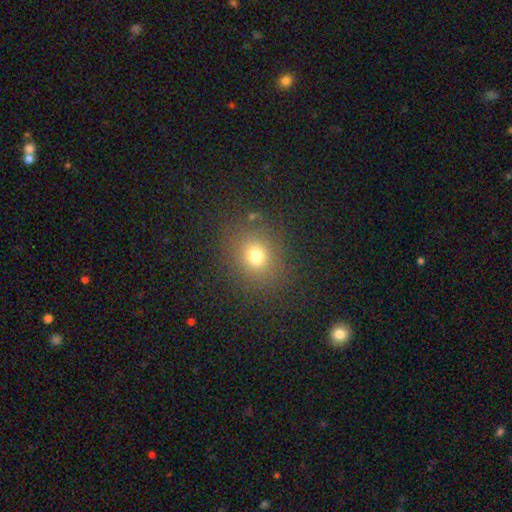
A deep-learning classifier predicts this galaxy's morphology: Smooth or featured: smooth — 72% (star or artifact — 19%)
How rounded: round — 68% (in between — 30%)
Merging: none — 84% (minor disturbance — 9%)